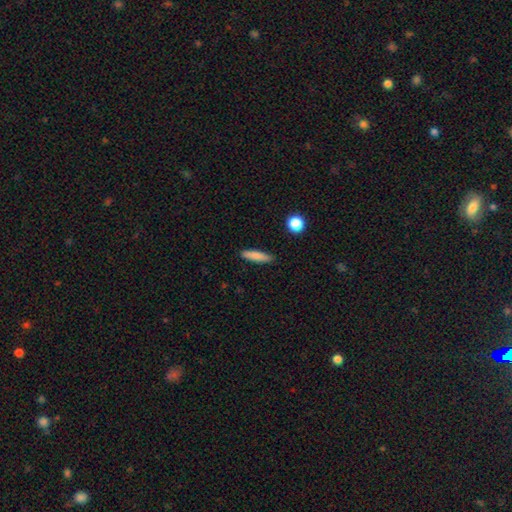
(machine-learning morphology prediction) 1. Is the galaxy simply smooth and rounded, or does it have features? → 81% smooth, 12% featured or disk, 7% star or artifact.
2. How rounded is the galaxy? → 79% cigar-shaped, 19% in between, 2% round.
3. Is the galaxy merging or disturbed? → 89% none, 8% minor disturbance, 2% major disturbance, 1% merger.